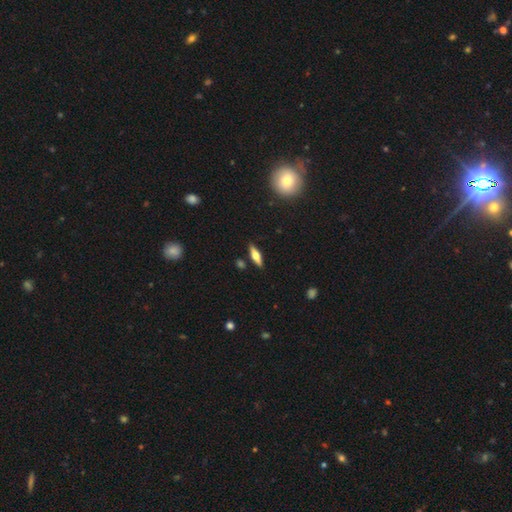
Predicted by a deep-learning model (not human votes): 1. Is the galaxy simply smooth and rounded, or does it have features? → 48% smooth, 45% featured or disk, 7% star or artifact.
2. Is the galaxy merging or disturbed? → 87% none, 9% minor disturbance, 3% merger, 2% major disturbance.